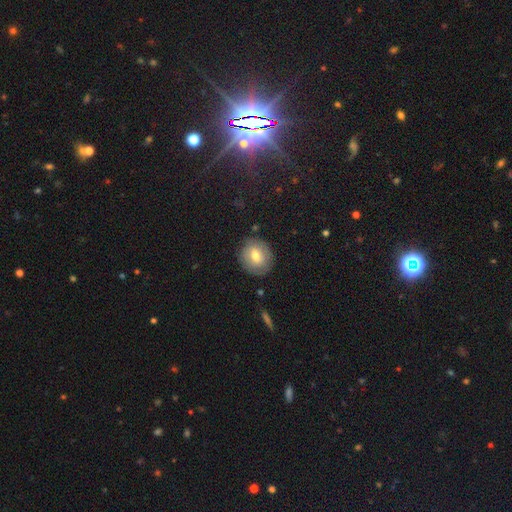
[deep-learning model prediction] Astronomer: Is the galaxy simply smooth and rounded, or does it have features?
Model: smooth — 67%.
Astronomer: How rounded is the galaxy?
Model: round — 82%.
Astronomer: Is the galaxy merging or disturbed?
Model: none — 83%.